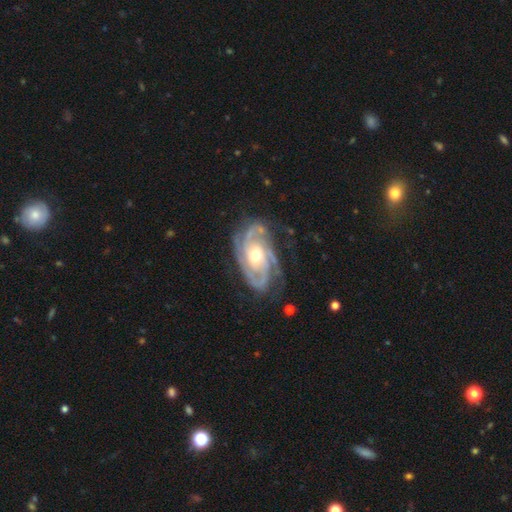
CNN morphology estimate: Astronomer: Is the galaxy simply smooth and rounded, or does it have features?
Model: featured or disk — 92%.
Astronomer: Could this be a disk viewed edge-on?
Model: no — 97%.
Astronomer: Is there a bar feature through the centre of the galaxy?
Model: no — 65%.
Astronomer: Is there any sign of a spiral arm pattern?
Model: yes — 98%.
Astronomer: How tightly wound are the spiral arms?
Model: tight — 65%.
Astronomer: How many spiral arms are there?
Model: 3 — 42% (runner-up: 2, 27%).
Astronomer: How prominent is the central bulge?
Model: moderate — 73%.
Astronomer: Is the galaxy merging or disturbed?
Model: none — 74%.